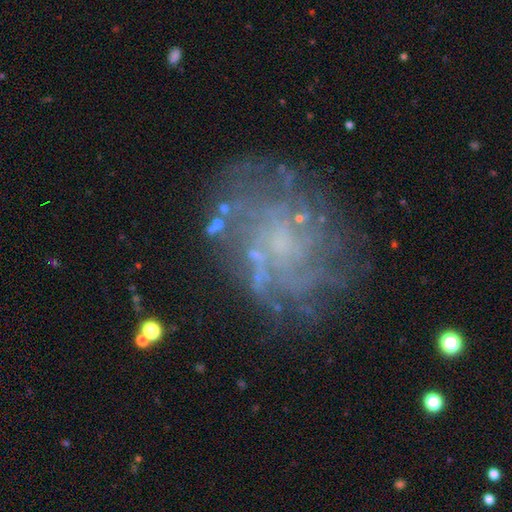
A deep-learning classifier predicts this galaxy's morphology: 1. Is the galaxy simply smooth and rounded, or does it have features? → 75% featured or disk, 13% smooth, 12% star or artifact.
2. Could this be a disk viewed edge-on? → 98% no, 2% yes.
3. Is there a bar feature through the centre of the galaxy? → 76% no, 20% weak, 4% strong.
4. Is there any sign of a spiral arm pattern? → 77% yes, 23% no.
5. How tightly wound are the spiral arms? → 49% tight, 33% medium, 18% loose.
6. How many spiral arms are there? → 44% can't tell, 16% more than 4, 15% 4, 11% 3, 8% 2, 6% 1.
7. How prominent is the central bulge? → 45% small, 36% none, 15% moderate, 2% large, 1% dominant.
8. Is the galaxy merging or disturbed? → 64% none, 18% minor disturbance, 15% major disturbance, 3% merger.